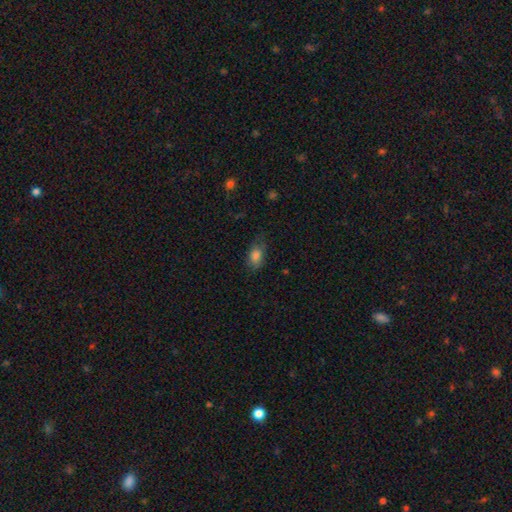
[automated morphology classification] smooth-or-featured: smooth: 80% | featured or disk: 11% | star or artifact: 9%
  how-rounded: in between: 86% | round: 10% | cigar-shaped: 5%
  merging: none: 62% | minor disturbance: 26% | major disturbance: 10% | merger: 1%